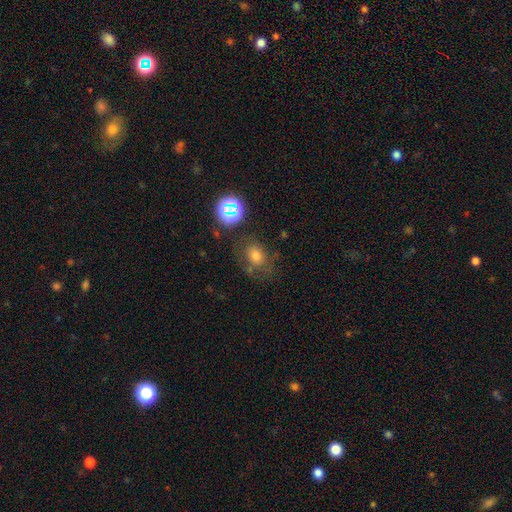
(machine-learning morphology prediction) smooth 63%, star or artifact 21%, featured or disk 16%. Down the decision tree: how rounded — in between (51%); merging — none (61%).